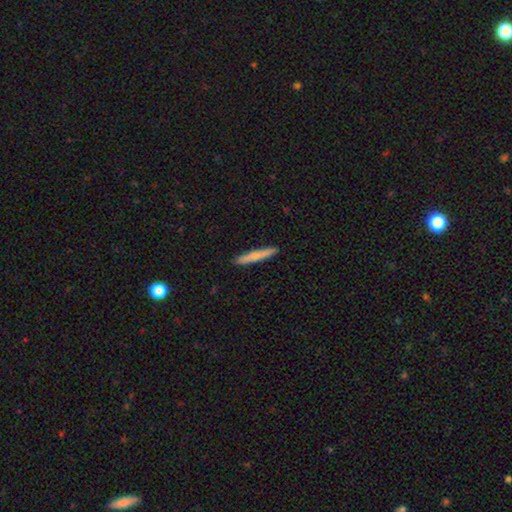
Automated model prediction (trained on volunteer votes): This is likely a smooth galaxy (65%). How rounded: clearly cigar-shaped (95%). Merging: clearly none (91%).